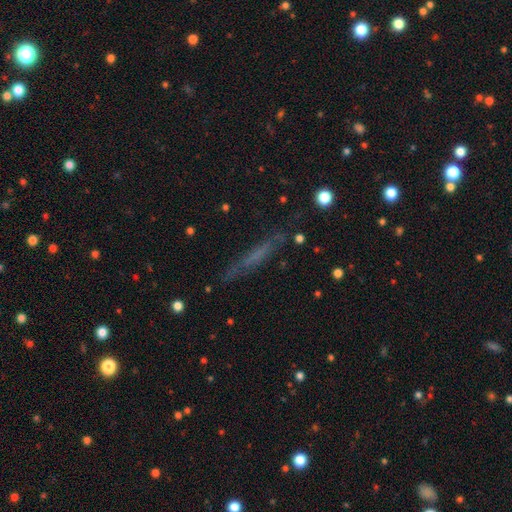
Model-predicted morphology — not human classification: A smooth galaxy with no disk features (44%). Merging: none (78%).